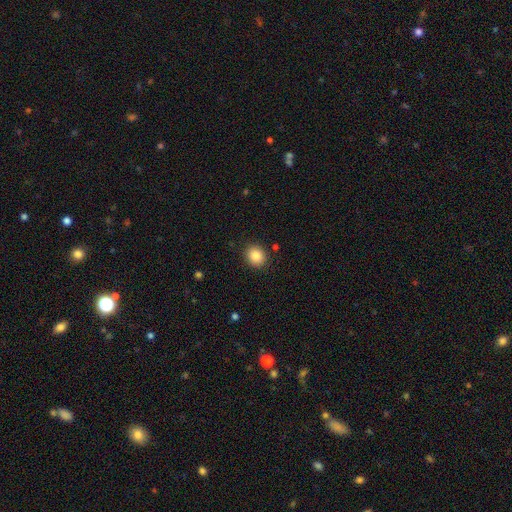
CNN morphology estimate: Q: Smooth or featured?
A: smooth (86%); runner-up: star or artifact (9%)
Q: How rounded?
A: round (75%); runner-up: in between (24%)
Q: Merging?
A: none (89%); runner-up: minor disturbance (7%)